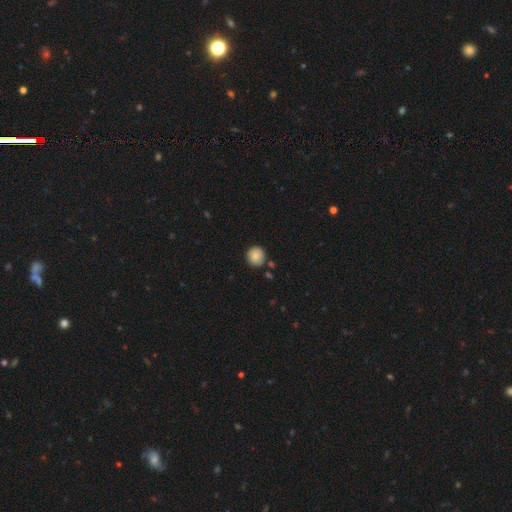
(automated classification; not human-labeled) smooth-or-featured: smooth: 87% | star or artifact: 8% | featured or disk: 5%
  how-rounded: round: 90% | in between: 9% | cigar-shaped: 1%
  merging: none: 84% | minor disturbance: 9% | merger: 4% | major disturbance: 2%